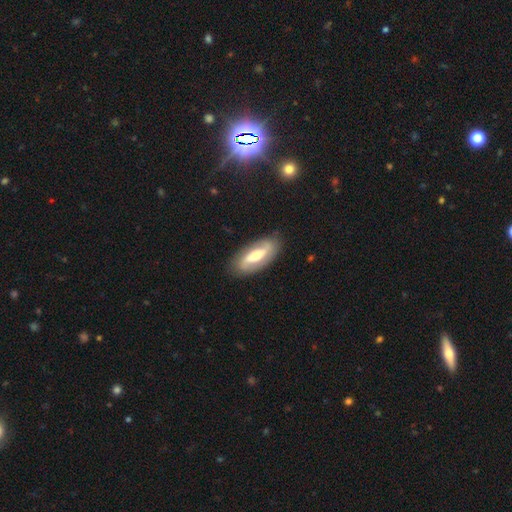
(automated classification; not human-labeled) This appears to be a featured or disk galaxy (63%) with a strong bar (39%), spiral arms (74%) and a moderate central bulge (62%). Merging: none (84%).